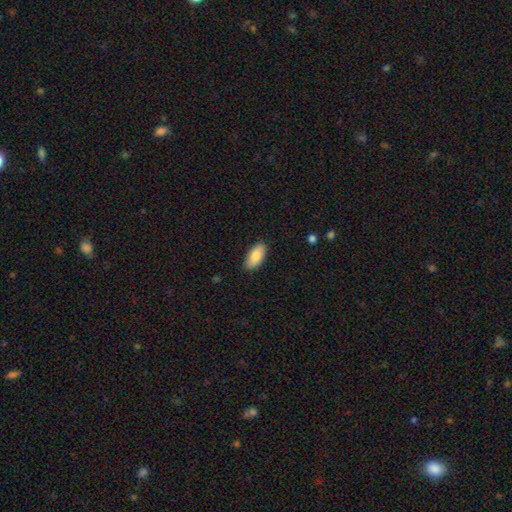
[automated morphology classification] This is clearly a smooth galaxy (84%). How rounded: clearly in between (92%). Merging: clearly none (87%).